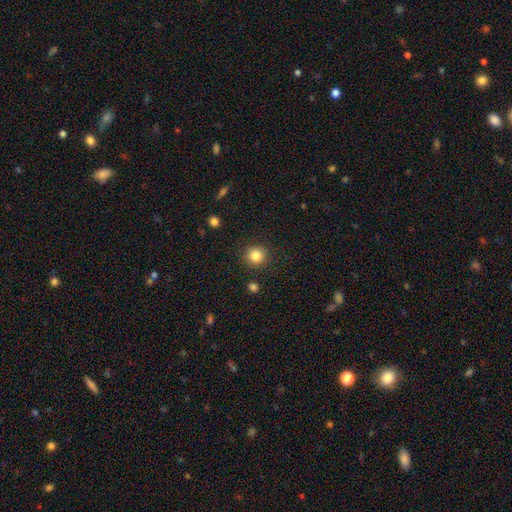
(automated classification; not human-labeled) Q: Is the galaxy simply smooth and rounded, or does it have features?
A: smooth — 84%.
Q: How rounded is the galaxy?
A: round — 92%.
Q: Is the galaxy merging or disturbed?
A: none — 89%.